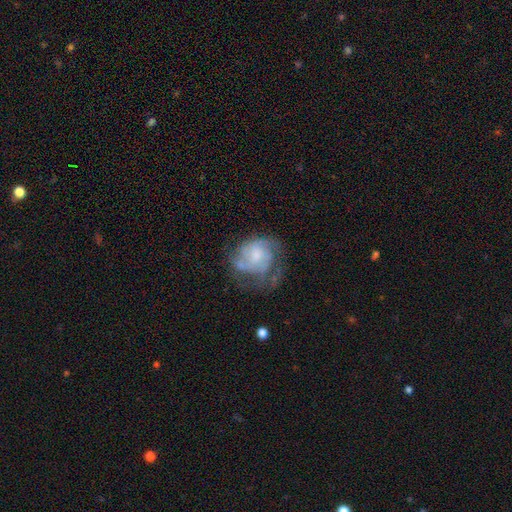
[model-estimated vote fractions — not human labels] Smooth or featured: featured or disk — 64% (smooth — 28%)
Edge-on disk: no — 98% (yes — 2%)
Bar: no — 71% (weak — 25%)
Spiral arms: yes — 76% (no — 24%)
Bulge size: small — 37% (moderate — 36%)
Merging: none — 39% (major disturbance — 31%)